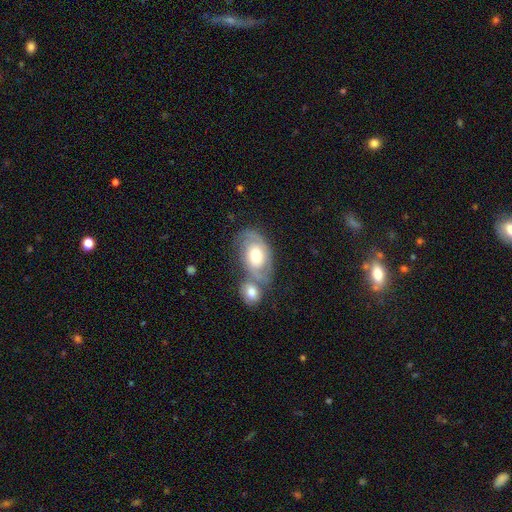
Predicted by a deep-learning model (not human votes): Q: Smooth or featured?
A: featured or disk (63%); runner-up: smooth (30%)
Q: Edge-on disk?
A: no (95%); runner-up: yes (5%)
Q: Bar?
A: no (71%); runner-up: weak (24%)
Q: Spiral arms?
A: yes (82%); runner-up: no (18%)
Q: Bulge size?
A: moderate (59%); runner-up: large (27%)
Q: Merging?
A: merger (43%); runner-up: none (35%)